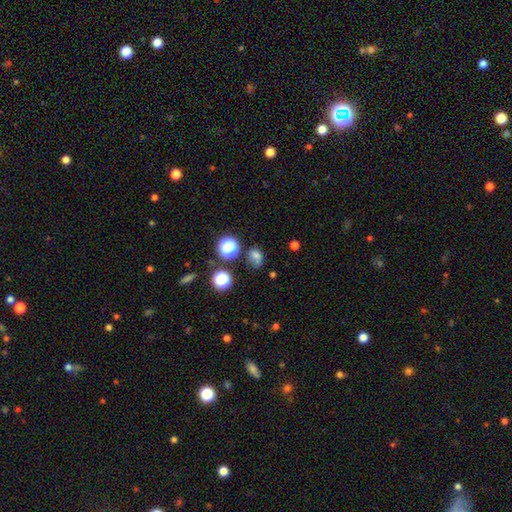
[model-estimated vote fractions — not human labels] Morphology: type=smooth (66%); roundness=in between (50%); merging=none (50%).